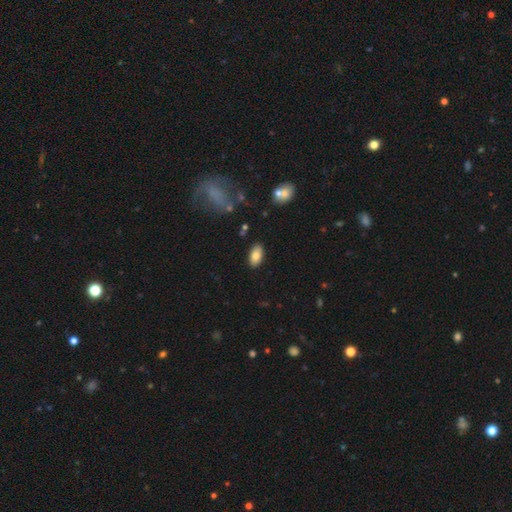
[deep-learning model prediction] smooth 80%, featured or disk 12%, star or artifact 8%. Down the decision tree: how rounded — in between (93%); merging — none (87%).